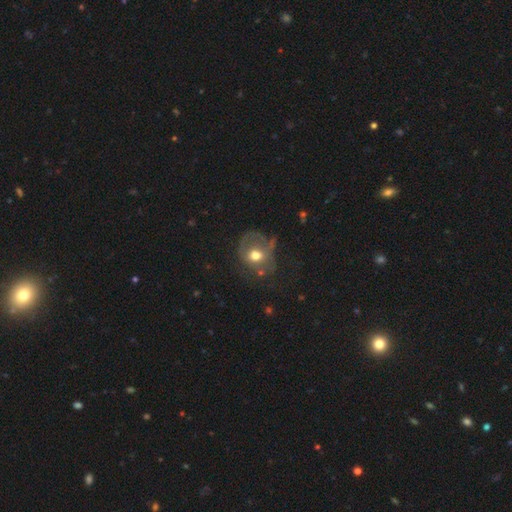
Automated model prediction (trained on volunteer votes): smooth 50%, featured or disk 39%, star or artifact 11%. Down the decision tree: how rounded — round (64%); merging — major disturbance (37%).